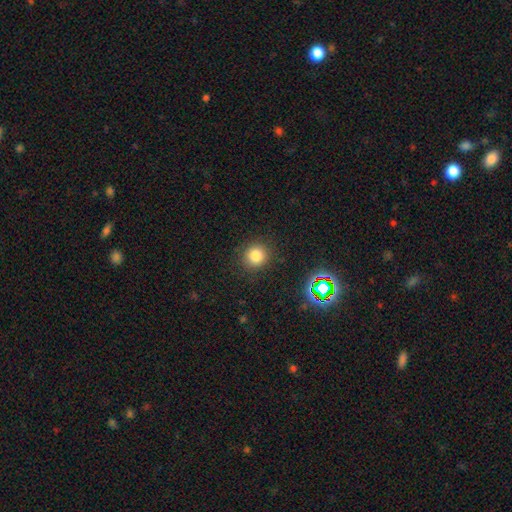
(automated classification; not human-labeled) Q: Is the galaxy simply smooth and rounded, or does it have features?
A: smooth — 80%.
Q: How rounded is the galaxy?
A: round — 89%.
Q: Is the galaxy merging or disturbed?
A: none — 87%.